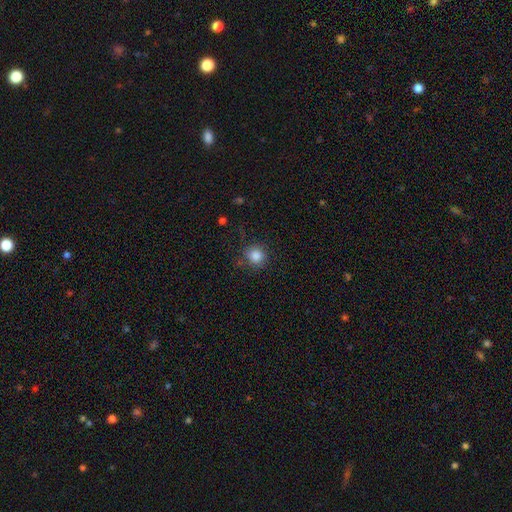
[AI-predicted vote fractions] Overall: smooth (85%). How rounded: round (86%). Merging: none (77%).